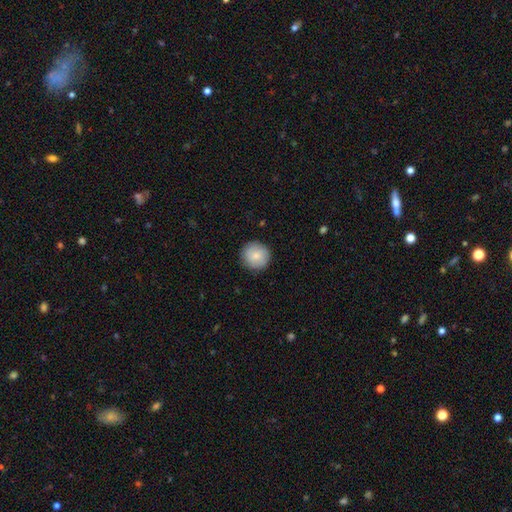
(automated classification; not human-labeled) A smooth galaxy with no disk features (84%) that is round (94%). Merging: none (90%).